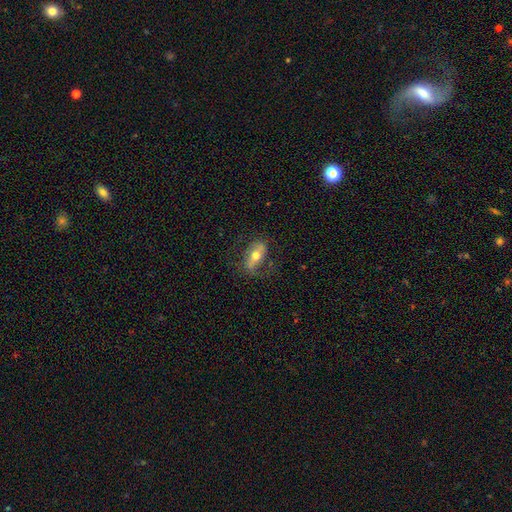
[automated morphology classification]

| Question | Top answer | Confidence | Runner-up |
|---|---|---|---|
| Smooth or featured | featured or disk | 57% | smooth (34%) |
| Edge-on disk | no | 77% | yes (23%) |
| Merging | none | 71% | minor disturbance (18%) |